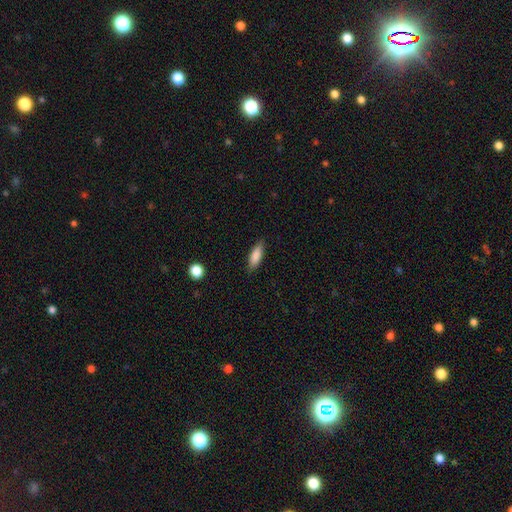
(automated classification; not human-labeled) A smooth galaxy with no disk features (84%) that is in between round and cigar-shaped (57%).

Vote fractions:
- Smooth or featured? smooth: 84% / featured or disk: 9% / star or artifact: 6%
- How rounded? in between: 57% / cigar-shaped: 40% / round: 2%
- Merging? none: 85% / minor disturbance: 11% / major disturbance: 2% / merger: 1%